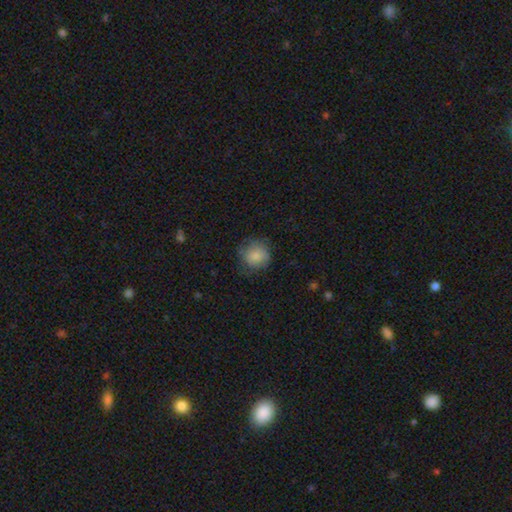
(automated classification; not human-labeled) Overall: smooth (82%). How rounded: round (87%). Merging: none (70%).